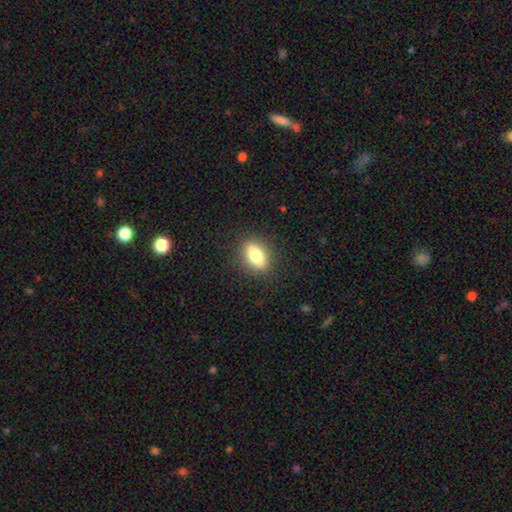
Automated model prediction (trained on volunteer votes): Smooth or featured? smooth (65%)
How rounded? in between (70%)
Merging? none (87%)